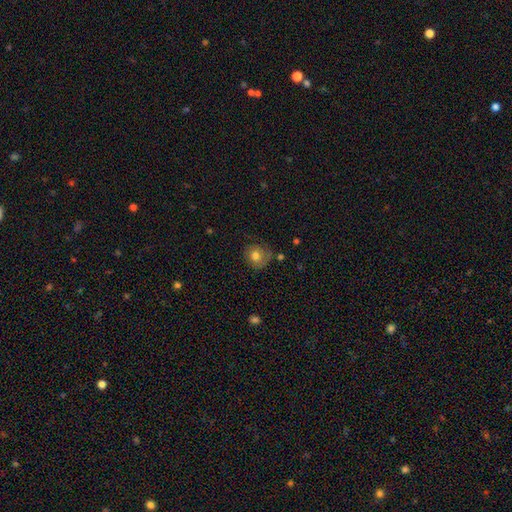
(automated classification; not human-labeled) Smooth or featured? Predicted: smooth (p=0.73). How rounded? Predicted: round (p=0.83). Merging? Predicted: none (p=0.68).